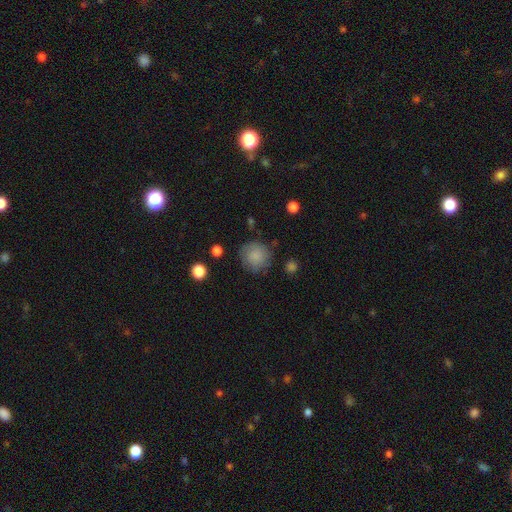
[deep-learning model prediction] The model was most divided on "merging": none: 75%, minor disturbance: 16%, major disturbance: 6%, merger: 2%. More confident: how rounded — round (91%); smooth or featured — smooth (81%).